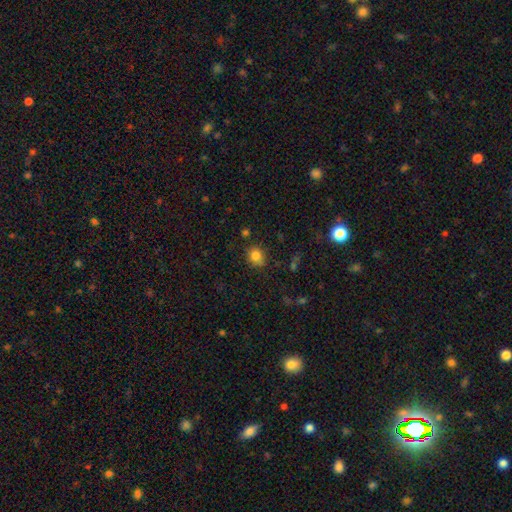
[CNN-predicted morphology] This is clearly a smooth galaxy (82%). How rounded: likely round (67%). Merging: likely none (75%).